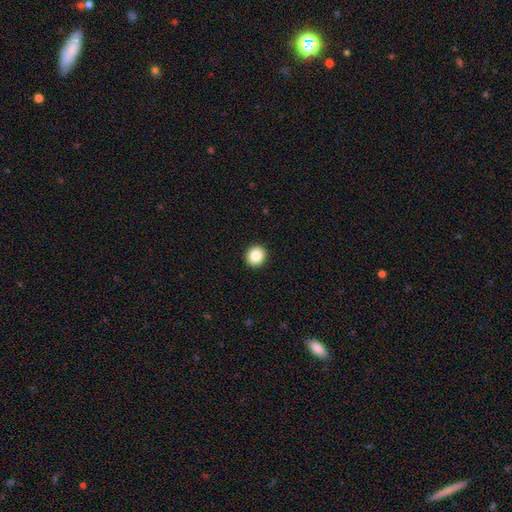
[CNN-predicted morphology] smooth 86%, star or artifact 9%, featured or disk 5%. Down the decision tree: how rounded — round (90%); merging — none (93%).